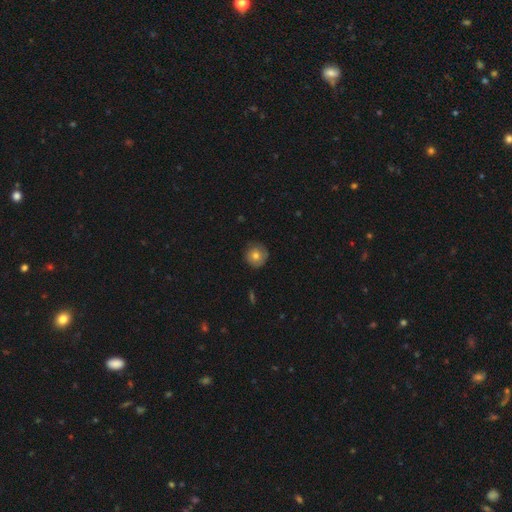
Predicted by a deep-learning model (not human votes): Smooth or featured? smooth (69%)
How rounded? round (94%)
Merging? none (81%)